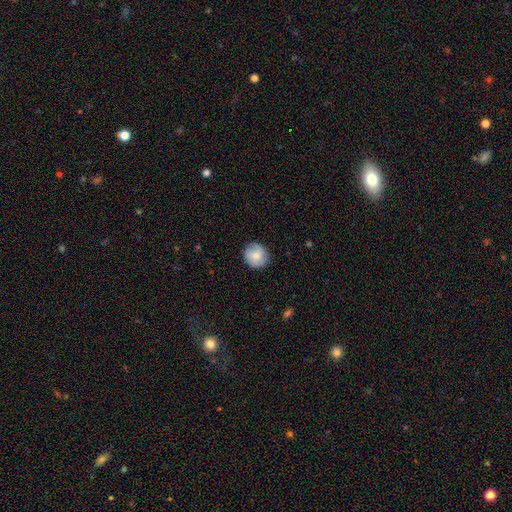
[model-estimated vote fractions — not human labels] Q: Smooth or featured?
A: smooth (72%); runner-up: featured or disk (20%)
Q: How rounded?
A: round (88%); runner-up: in between (11%)
Q: Merging?
A: none (84%); runner-up: minor disturbance (13%)